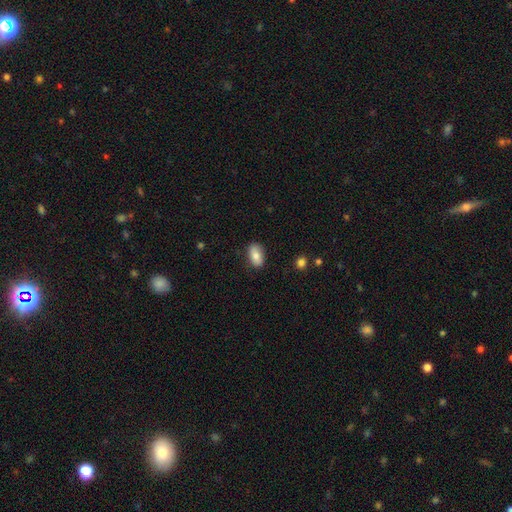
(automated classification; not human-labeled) Overall: smooth (80%). How rounded: in between (91%). Merging: none (83%).